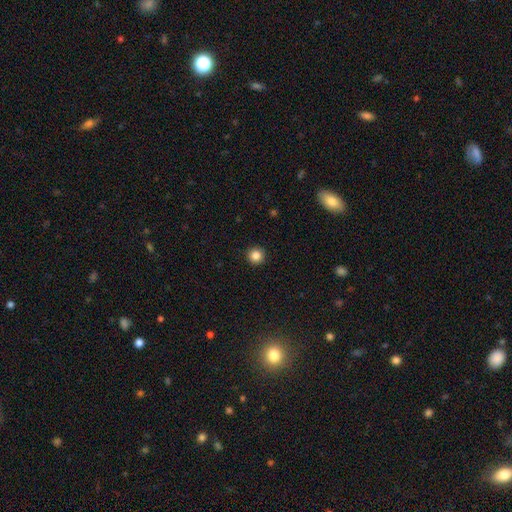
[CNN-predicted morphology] smooth_or_featured: smooth (p=0.85) [alt: star or artifact p=0.11]
how_rounded: round (p=0.96) [alt: in between p=0.03]
merging: none (p=0.93) [alt: minor disturbance p=0.05]